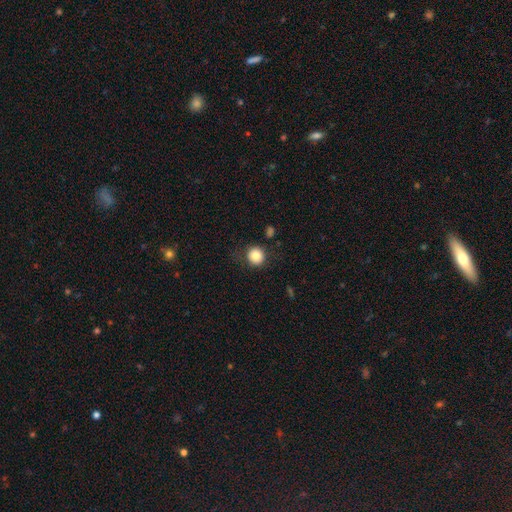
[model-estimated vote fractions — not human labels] Morphology: type=smooth (83%); roundness=round (91%); merging=none (82%).